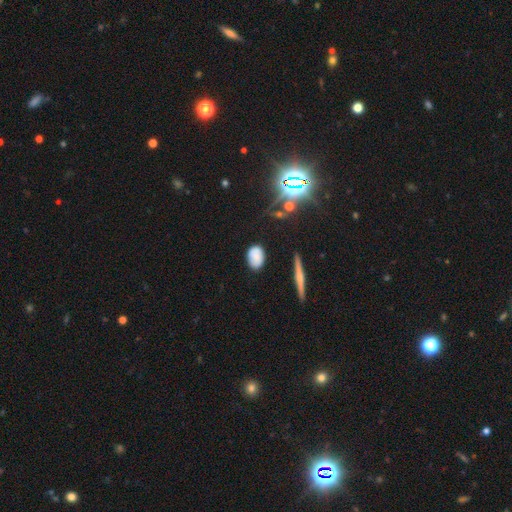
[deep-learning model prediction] Q: Smooth or featured?
A: smooth (77%); runner-up: featured or disk (12%)
Q: How rounded?
A: in between (82%); runner-up: round (16%)
Q: Merging?
A: none (79%); runner-up: minor disturbance (15%)